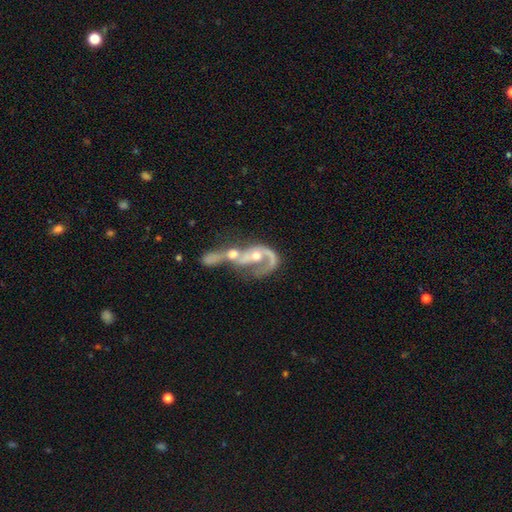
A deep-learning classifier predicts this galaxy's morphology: This is likely a featured or disk galaxy (79%). It is clearly not viewed edge-on (95%). Bar: likely no (63%). Spiral arm pattern: likely yes (79%). Spiral arm count: marginally 2 (43%). Spiral winding: possibly loose (49%). Central bulge: possibly moderate (56%). Merging: likely merger (72%).